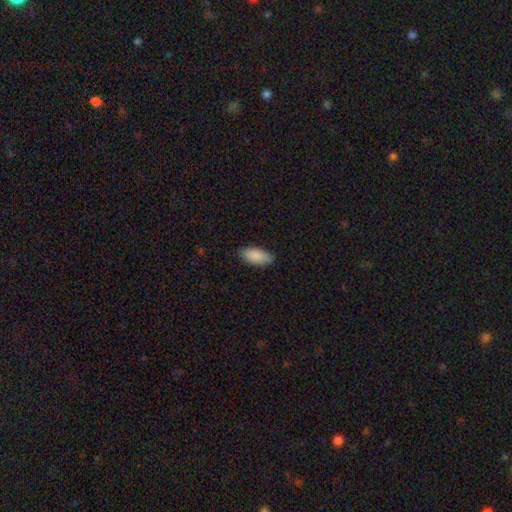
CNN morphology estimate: type=smooth (89%); roundness=in between (90%); merging=none (82%).